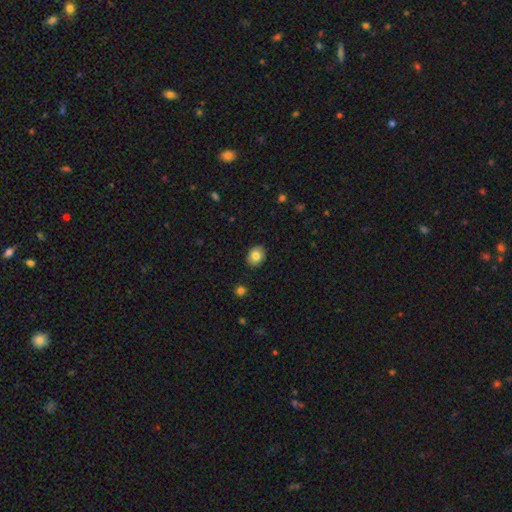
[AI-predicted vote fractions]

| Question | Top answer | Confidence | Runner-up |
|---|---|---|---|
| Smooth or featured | smooth | 82% | featured or disk (9%) |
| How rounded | in between | 51% | round (48%) |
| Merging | none | 90% | minor disturbance (8%) |